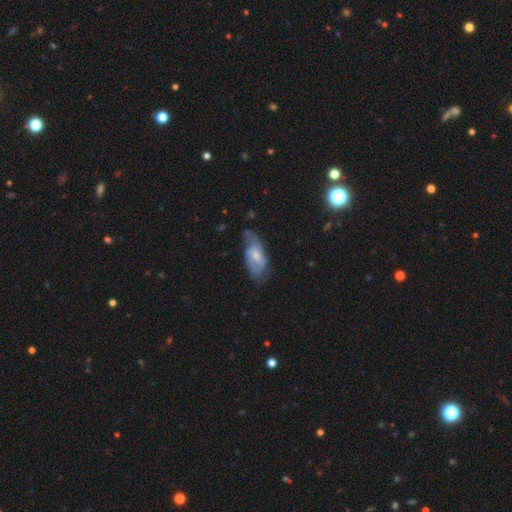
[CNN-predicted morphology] This appears to be a featured or disk galaxy (59%) with a weak bar (48%), spiral arms (81%) and a moderate central bulge (45%). Merging: none (55%).